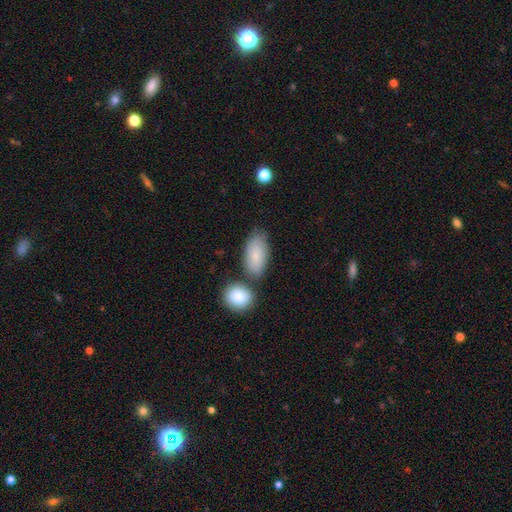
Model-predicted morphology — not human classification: Smooth or featured? Predicted: smooth (p=0.82). How rounded? Predicted: in between (p=0.92). Merging? Predicted: none (p=0.61).